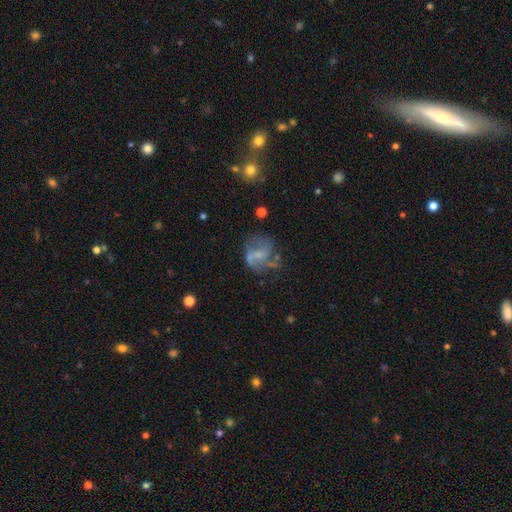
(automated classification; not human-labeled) Smooth or featured? Predicted: featured or disk (p=0.62). Edge-on disk? Predicted: no (p=0.98). Bar? Predicted: no (p=0.47). Spiral arms? Predicted: yes (p=0.68). Bulge size? Predicted: small (p=0.40). Merging? Predicted: none (p=0.41).